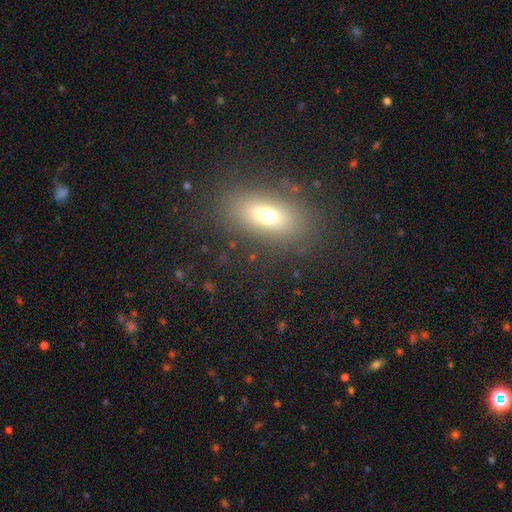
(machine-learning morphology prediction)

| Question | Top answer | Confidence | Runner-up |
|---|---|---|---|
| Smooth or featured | smooth | 63% | featured or disk (20%) |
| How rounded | in between | 77% | cigar-shaped (15%) |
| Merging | none | 87% | minor disturbance (8%) |